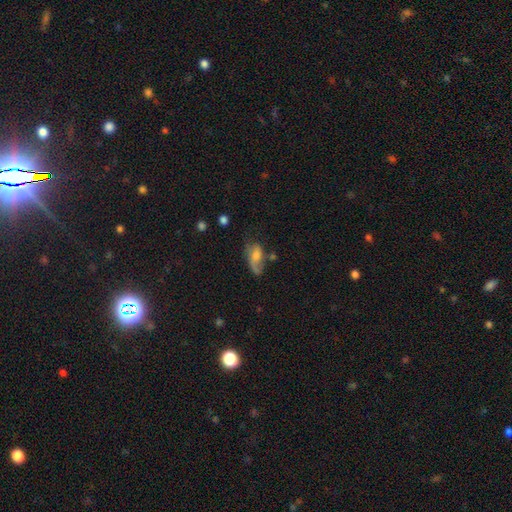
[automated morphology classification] A smooth galaxy with no disk features (50%) that is in between round and cigar-shaped (86%).

Vote fractions:
- Smooth or featured? smooth: 50% / featured or disk: 38% / star or artifact: 12%
- How rounded? in between: 86% / round: 7% / cigar-shaped: 7%
- Merging? none: 38% / minor disturbance: 28% / major disturbance: 27% / merger: 7%